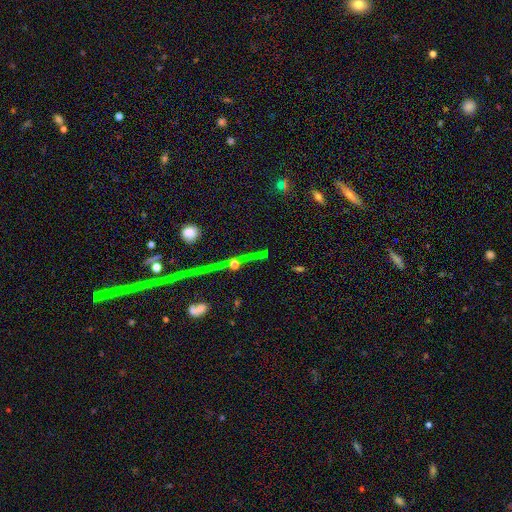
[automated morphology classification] This is marginally a featured or disk galaxy (45%). Merging: likely none (75%).